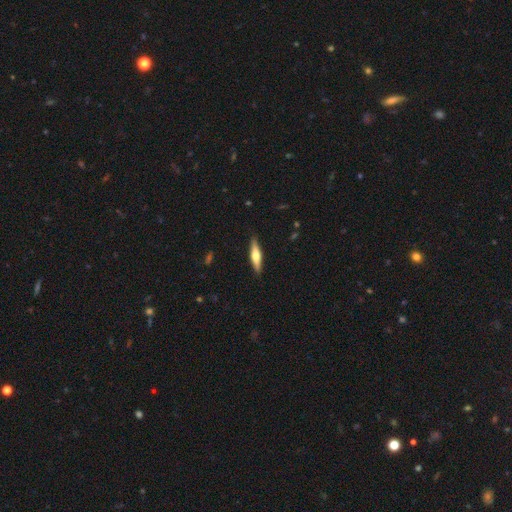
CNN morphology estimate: Overall: featured or disk (52%; smooth 43%). Edge-on disk: yes (95%). Merging: none (89%).